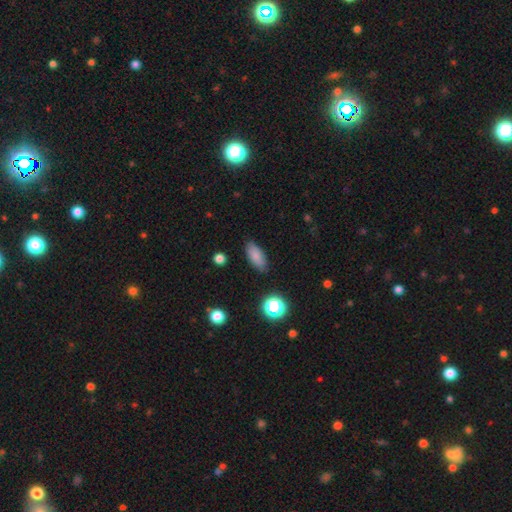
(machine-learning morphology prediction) Smooth or featured? smooth (82%)
How rounded? in between (83%)
Merging? none (85%)